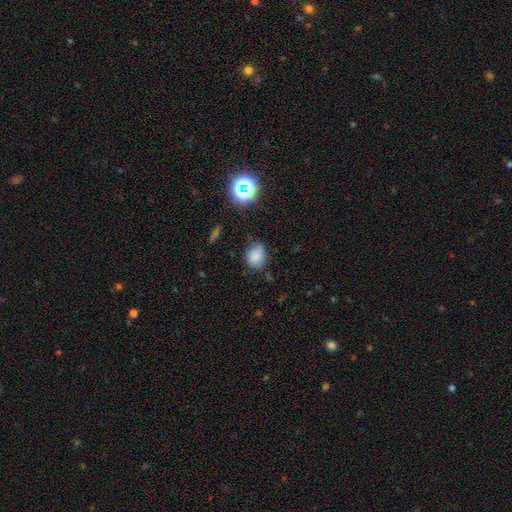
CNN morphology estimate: Q: Smooth or featured?
A: smooth (79%); runner-up: star or artifact (14%)
Q: How rounded?
A: round (53%); runner-up: in between (46%)
Q: Merging?
A: none (63%); runner-up: minor disturbance (27%)